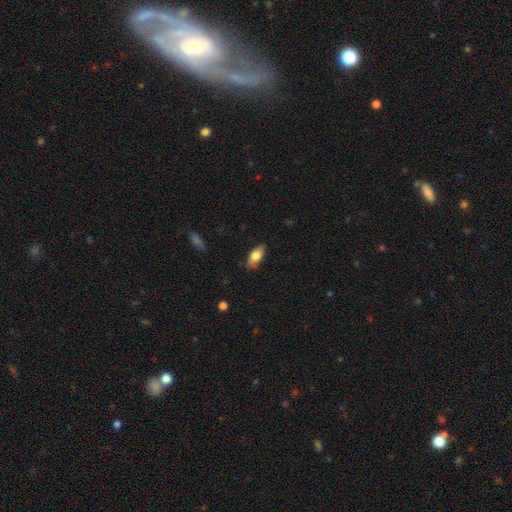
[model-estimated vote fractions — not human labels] Smooth or featured?
  - smooth: 74% *
  - featured or disk: 20%
  - star or artifact: 6%
How rounded?
  - in between: 84% *
  - cigar-shaped: 13%
  - round: 3%
Merging?
  - none: 82% *
  - minor disturbance: 14%
  - major disturbance: 2%
  - merger: 1%